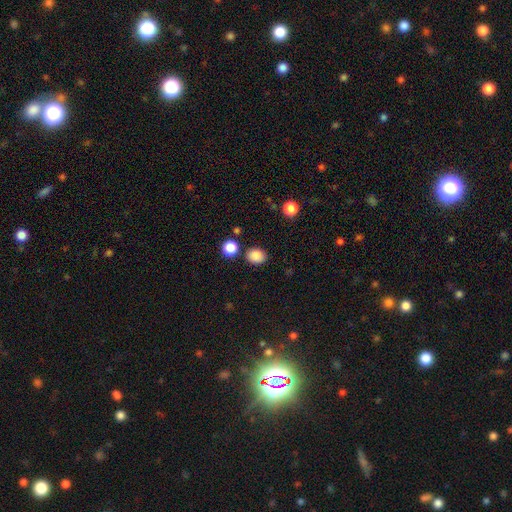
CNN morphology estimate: This is clearly a smooth galaxy (86%). How rounded: possibly in between (52%). Merging: clearly none (81%).